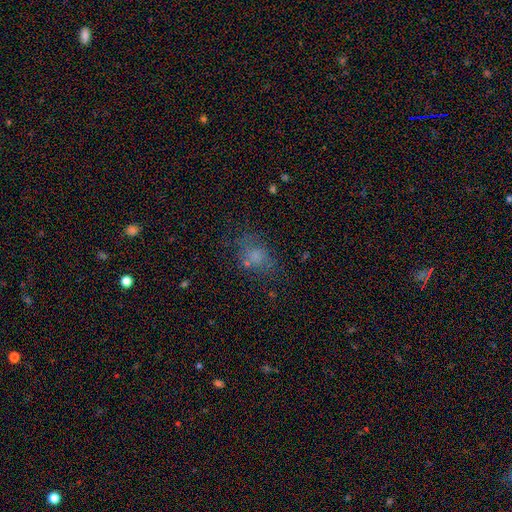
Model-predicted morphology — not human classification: Overall: smooth (64%). How rounded: in between (59%; round 39%). Merging: none (59%; minor disturbance 20%).